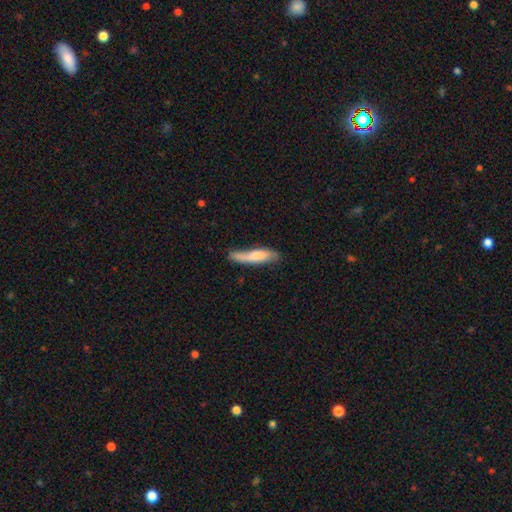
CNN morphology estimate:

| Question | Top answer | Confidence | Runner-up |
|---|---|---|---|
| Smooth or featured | smooth | 70% | featured or disk (25%) |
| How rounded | cigar-shaped | 75% | in between (24%) |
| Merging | none | 58% | minor disturbance (29%) |